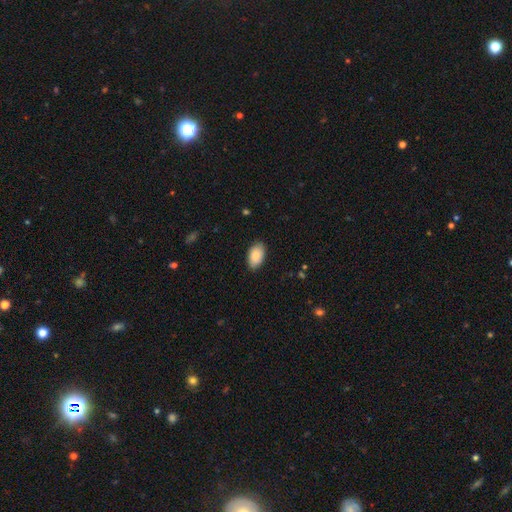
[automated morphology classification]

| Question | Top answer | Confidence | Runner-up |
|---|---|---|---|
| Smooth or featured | smooth | 90% | star or artifact (6%) |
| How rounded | in between | 94% | round (5%) |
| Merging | none | 84% | minor disturbance (13%) |